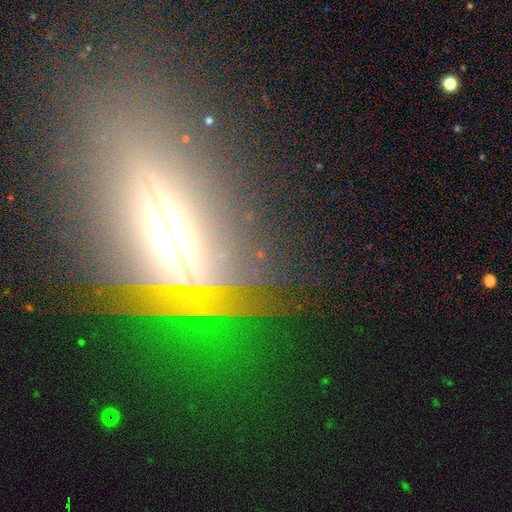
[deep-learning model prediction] A featured or disk galaxy (52%) viewed edge-on (76%).

Vote fractions:
- Smooth or featured? featured or disk: 52% / star or artifact: 34% / smooth: 14%
- Edge-on disk? yes: 76% / no: 24%
- Merging? none: 77% / minor disturbance: 12% / major disturbance: 9% / merger: 3%